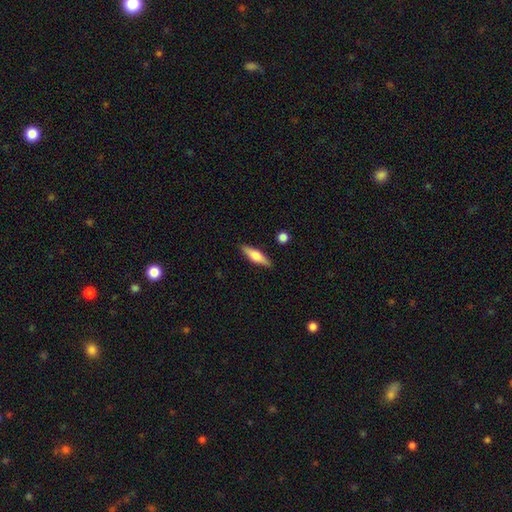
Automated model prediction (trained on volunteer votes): Smooth or featured?
  - smooth: 57% *
  - featured or disk: 37%
  - star or artifact: 6%
How rounded?
  - cigar-shaped: 60% *
  - in between: 38%
  - round: 3%
Merging?
  - none: 87% *
  - minor disturbance: 9%
  - merger: 2%
  - major disturbance: 2%